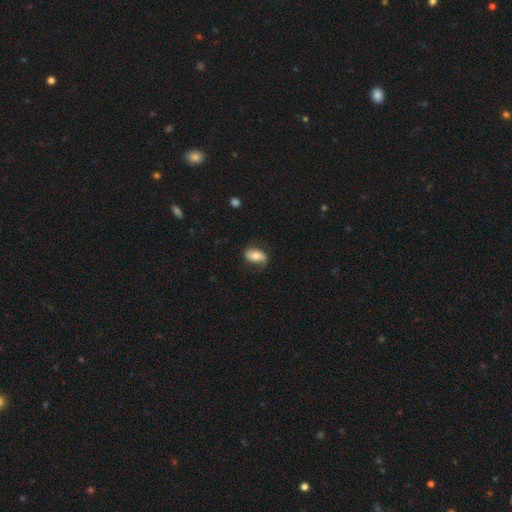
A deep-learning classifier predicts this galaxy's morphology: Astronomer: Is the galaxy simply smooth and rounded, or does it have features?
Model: smooth — 62%.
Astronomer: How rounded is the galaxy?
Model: in between — 89%.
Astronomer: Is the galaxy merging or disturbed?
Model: none — 66%.